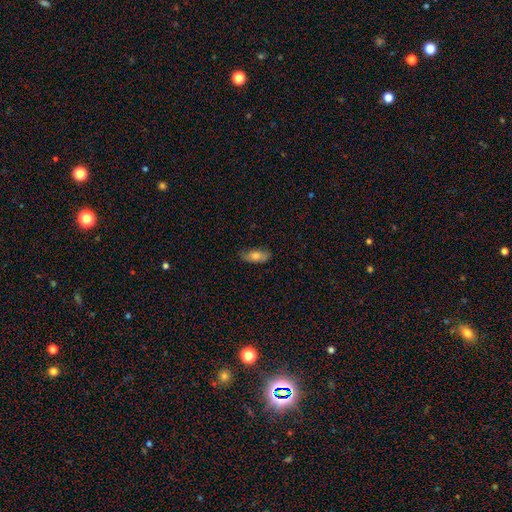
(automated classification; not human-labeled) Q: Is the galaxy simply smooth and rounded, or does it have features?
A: smooth — 74%.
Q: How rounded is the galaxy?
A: in between — 82%.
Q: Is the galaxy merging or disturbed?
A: none — 77%.